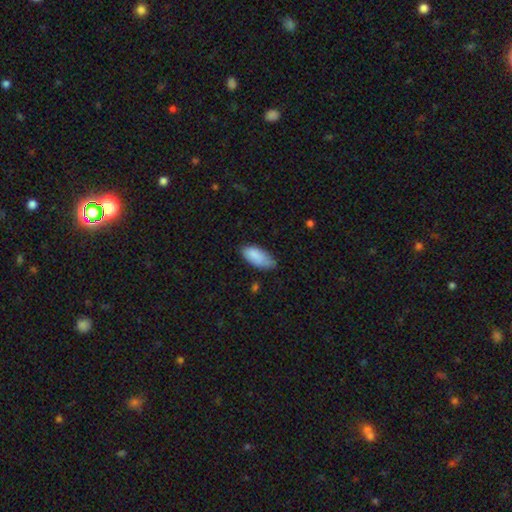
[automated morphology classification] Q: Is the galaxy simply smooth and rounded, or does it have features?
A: smooth — 87%.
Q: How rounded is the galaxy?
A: in between — 89%.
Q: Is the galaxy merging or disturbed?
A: none — 58%.